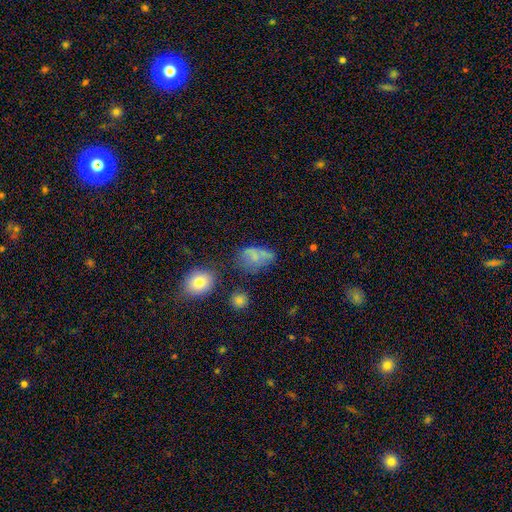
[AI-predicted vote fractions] Smooth or featured: smooth — 63% (featured or disk — 21%)
How rounded: in between — 77% (round — 20%)
Merging: none — 39% (minor disturbance — 26%)